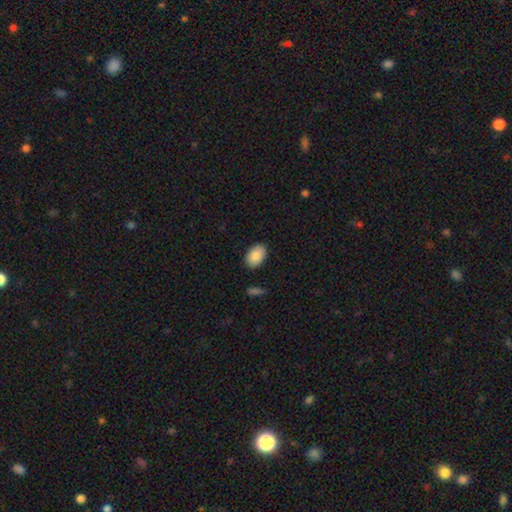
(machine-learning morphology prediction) type=smooth (89%); roundness=in between (89%); merging=none (88%).